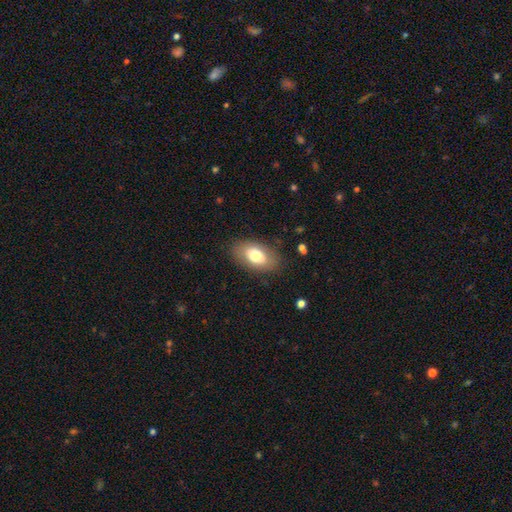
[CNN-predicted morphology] smooth 74%, featured or disk 18%, star or artifact 7%. Down the decision tree: how rounded — in between (91%); merging — none (83%).